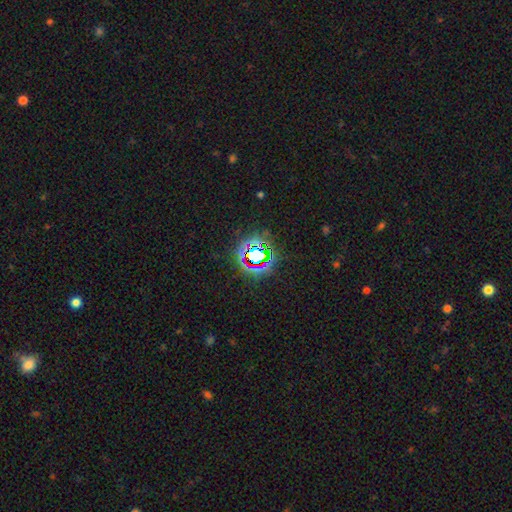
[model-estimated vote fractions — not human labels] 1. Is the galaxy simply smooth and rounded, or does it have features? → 70% star or artifact, 18% smooth, 12% featured or disk.